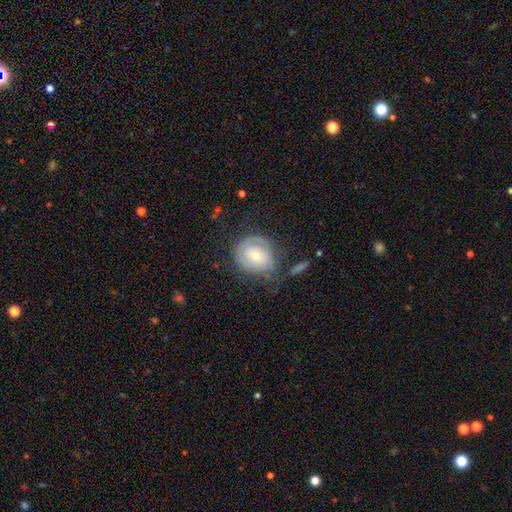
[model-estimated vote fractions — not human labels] Smooth or featured? Predicted: featured or disk (p=0.62). Edge-on disk? Predicted: no (p=0.96). Bar? Predicted: no (p=0.68). Spiral arms? Predicted: yes (p=0.76). Bulge size? Predicted: moderate (p=0.54). Merging? Predicted: none (p=0.57).